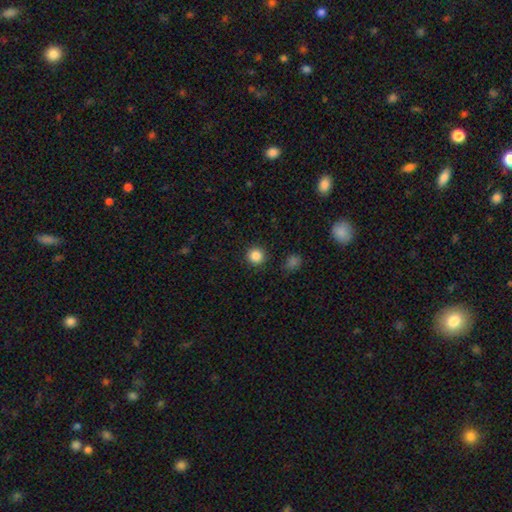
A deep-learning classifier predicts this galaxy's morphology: Smooth or featured? smooth (85%)
How rounded? round (95%)
Merging? none (92%)